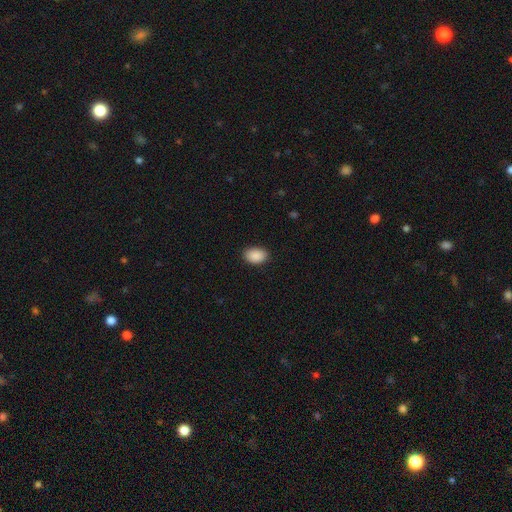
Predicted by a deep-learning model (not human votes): Smooth or featured: smooth — 90% (star or artifact — 7%)
How rounded: in between — 86% (round — 13%)
Merging: none — 88% (minor disturbance — 9%)